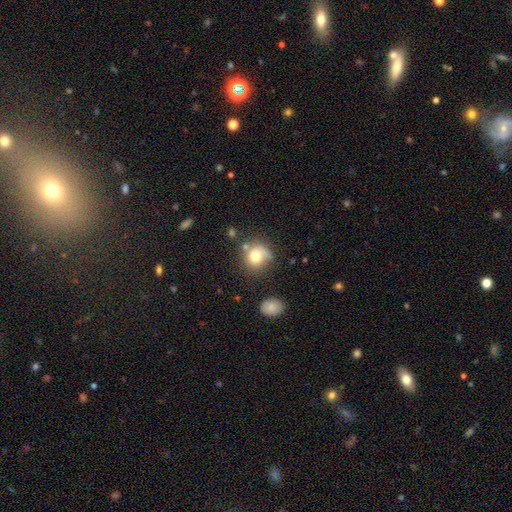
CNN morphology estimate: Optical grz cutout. It shows a smooth galaxy with no disk features (74%) that is round (84%). Merging: none (55%).